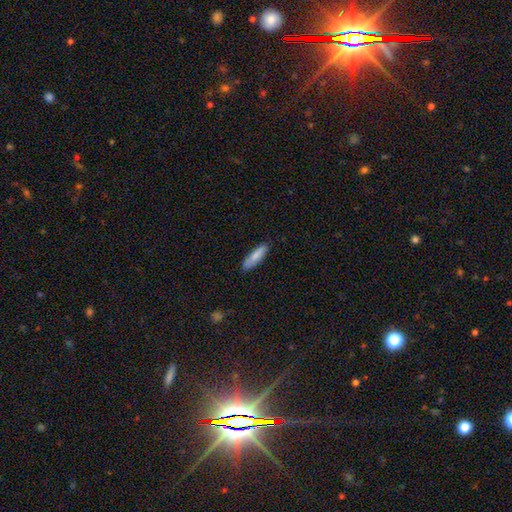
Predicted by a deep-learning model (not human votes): smooth_or_featured: smooth (p=0.81) [alt: featured or disk p=0.13]
how_rounded: cigar-shaped (p=0.71) [alt: in between p=0.28]
merging: none (p=0.84) [alt: minor disturbance p=0.13]